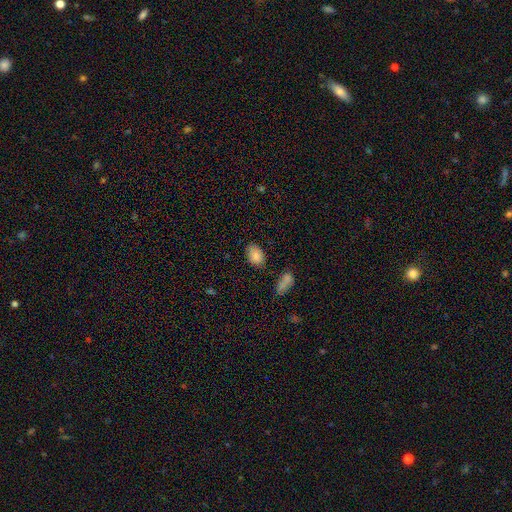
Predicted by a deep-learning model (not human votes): smooth-or-featured: smooth: 86% | star or artifact: 8% | featured or disk: 6%
  how-rounded: in between: 86% | round: 13% | cigar-shaped: 1%
  merging: none: 75% | minor disturbance: 17% | merger: 4% | major disturbance: 4%